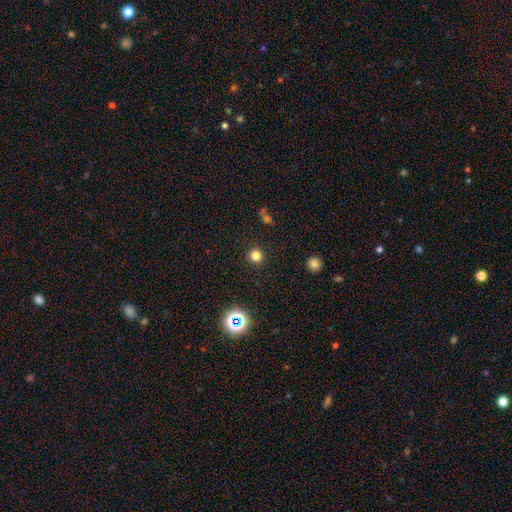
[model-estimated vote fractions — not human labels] Overall: smooth (78%). How rounded: round (95%). Merging: none (91%).